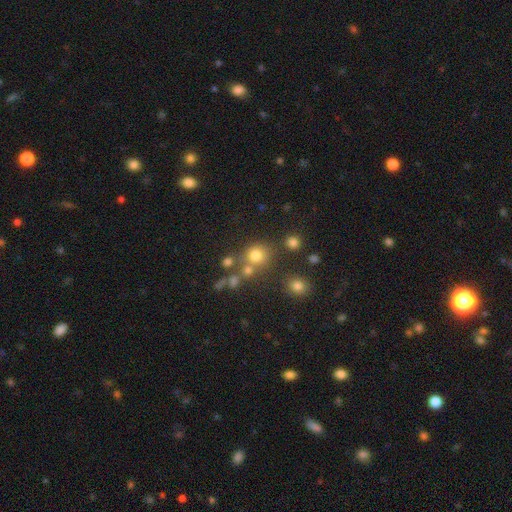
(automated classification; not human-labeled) A smooth galaxy with no disk features (73%) that is round (86%).

Vote fractions:
- Smooth or featured? smooth: 73% / star or artifact: 17% / featured or disk: 10%
- How rounded? round: 86% / in between: 13% / cigar-shaped: 1%
- Merging? none: 62% / merger: 21% / minor disturbance: 11% / major disturbance: 6%